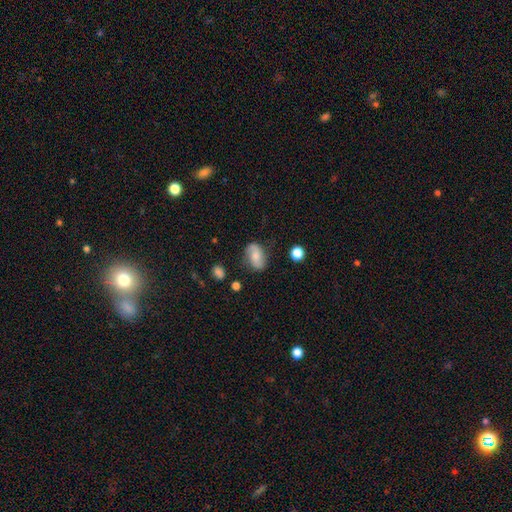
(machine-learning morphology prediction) Smooth or featured: smooth — 50% (featured or disk — 41%)
How rounded: in between — 84% (round — 14%)
Merging: none — 69% (minor disturbance — 21%)